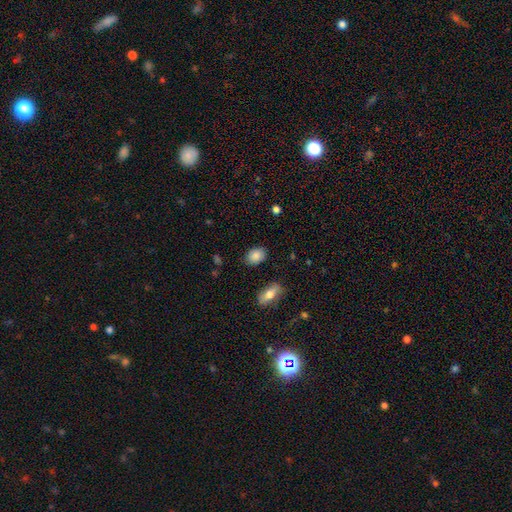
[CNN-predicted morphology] smooth_or_featured: smooth (p=0.87) [alt: star or artifact p=0.08]
how_rounded: in between (p=0.78) [alt: round p=0.20]
merging: none (p=0.84) [alt: minor disturbance p=0.12]